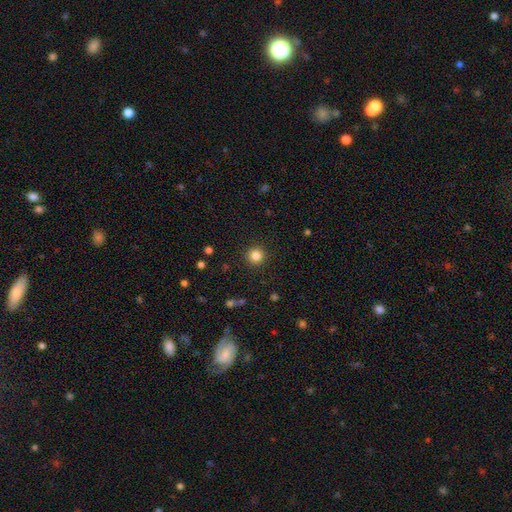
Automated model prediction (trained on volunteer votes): Smooth or featured: smooth — 84% (star or artifact — 12%)
How rounded: round — 95% (in between — 4%)
Merging: none — 91% (minor disturbance — 5%)